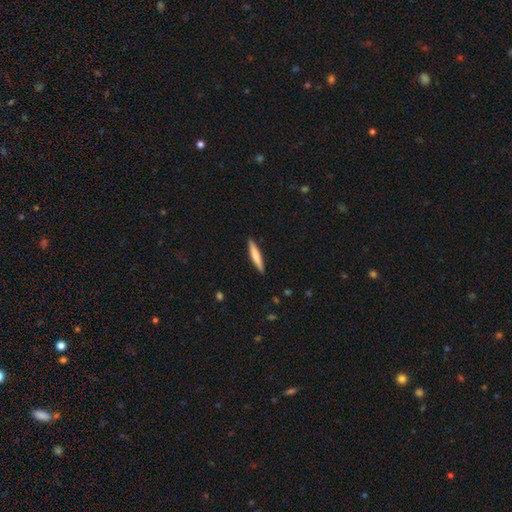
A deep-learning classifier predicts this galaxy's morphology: Overall: smooth (71%). How rounded: cigar-shaped (92%). Merging: none (91%).